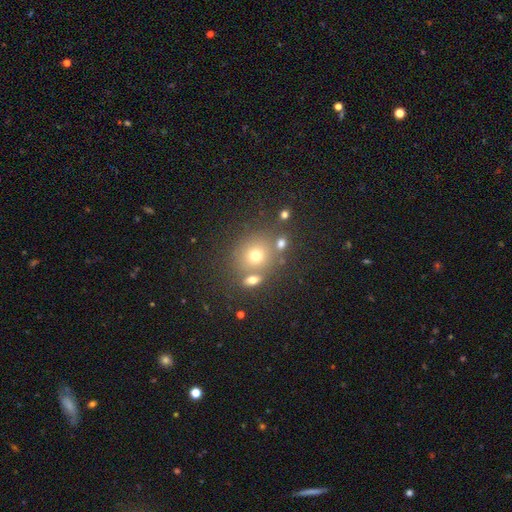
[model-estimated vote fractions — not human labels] This appears to be a smooth galaxy with no disk features (68%) that is round (82%). Merging: none (64%).